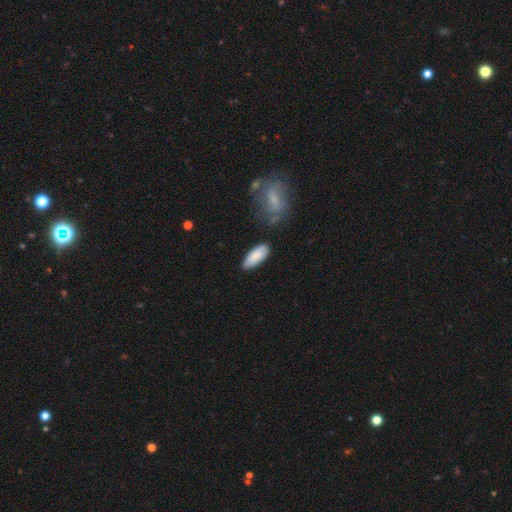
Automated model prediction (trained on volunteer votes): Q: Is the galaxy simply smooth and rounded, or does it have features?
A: smooth — 85%.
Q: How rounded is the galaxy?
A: in between — 80%.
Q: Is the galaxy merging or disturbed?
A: none — 78%.